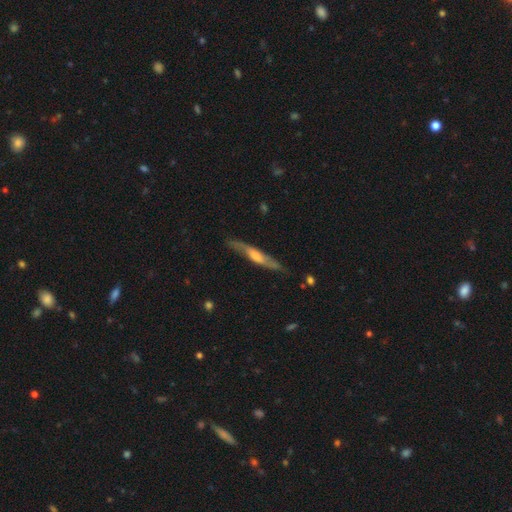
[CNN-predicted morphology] featured or disk 71%, smooth 23%, star or artifact 6%. Down the decision tree: edge-on disk — yes (76%); edge-on bulge — rounded (63%); merging — none (79%).